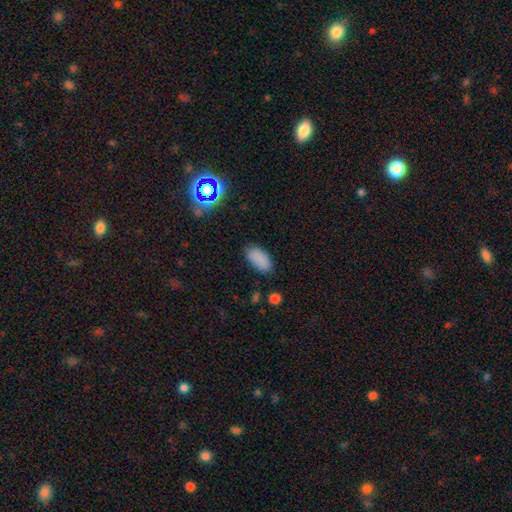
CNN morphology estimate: A smooth galaxy with no disk features (85%) that is in between round and cigar-shaped (93%).

Vote fractions:
- Smooth or featured? smooth: 85% / star or artifact: 10% / featured or disk: 4%
- How rounded? in between: 93% / cigar-shaped: 4% / round: 3%
- Merging? none: 83% / minor disturbance: 12% / major disturbance: 3% / merger: 2%